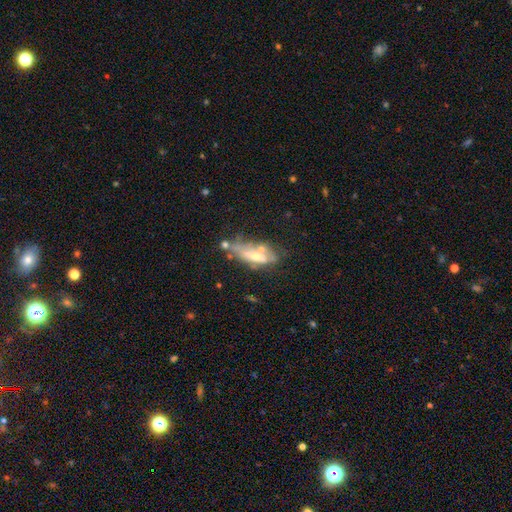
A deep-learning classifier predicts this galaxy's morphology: The model was most divided on "smooth or featured": featured or disk: 50%, smooth: 41%, star or artifact: 9%. Remaining: merging — none (34%).